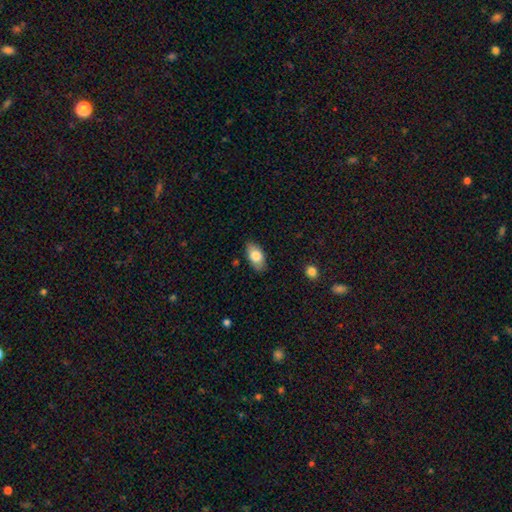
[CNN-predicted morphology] Q: Smooth or featured?
A: smooth (79%); runner-up: featured or disk (14%)
Q: How rounded?
A: in between (93%); runner-up: round (4%)
Q: Merging?
A: none (84%); runner-up: minor disturbance (12%)